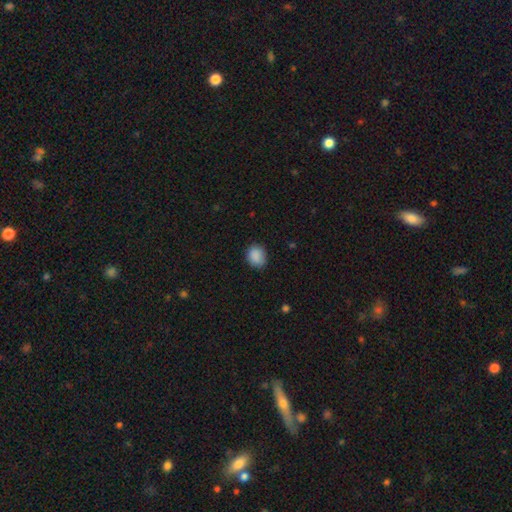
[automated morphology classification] type=smooth (88%); roundness=round (58%); merging=none (81%).